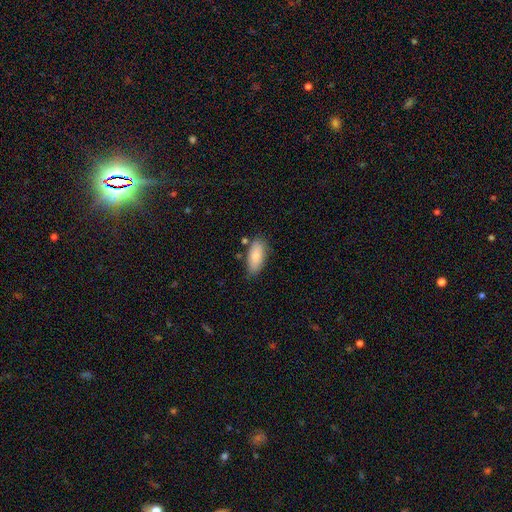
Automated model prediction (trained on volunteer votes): Q: Smooth or featured?
A: smooth (83%); runner-up: featured or disk (10%)
Q: How rounded?
A: in between (87%); runner-up: cigar-shaped (11%)
Q: Merging?
A: none (73%); runner-up: minor disturbance (18%)